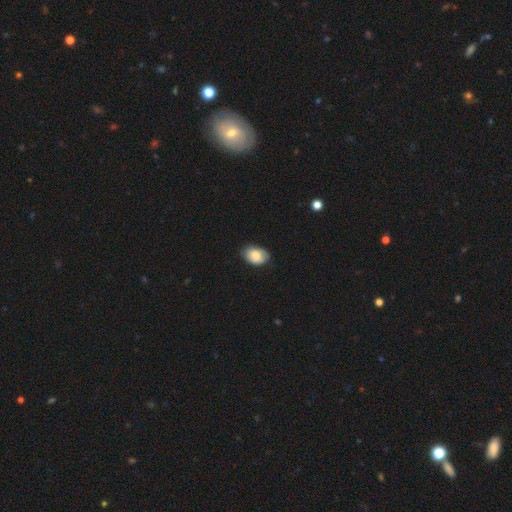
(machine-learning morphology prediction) Smooth or featured: smooth — 79% (featured or disk — 14%)
How rounded: in between — 81% (round — 18%)
Merging: none — 74% (minor disturbance — 22%)